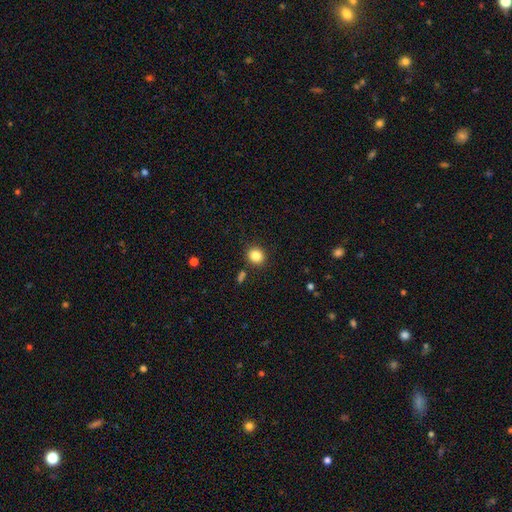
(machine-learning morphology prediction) smooth 84%, star or artifact 11%, featured or disk 5%. Down the decision tree: how rounded — round (82%); merging — none (87%).